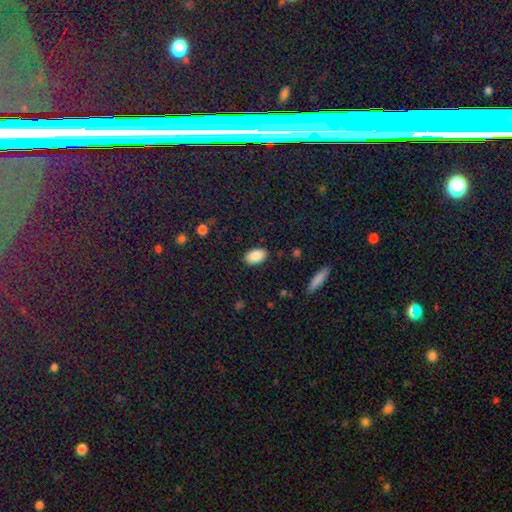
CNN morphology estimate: Overall: smooth (88%). How rounded: in between (94%). Merging: none (87%).